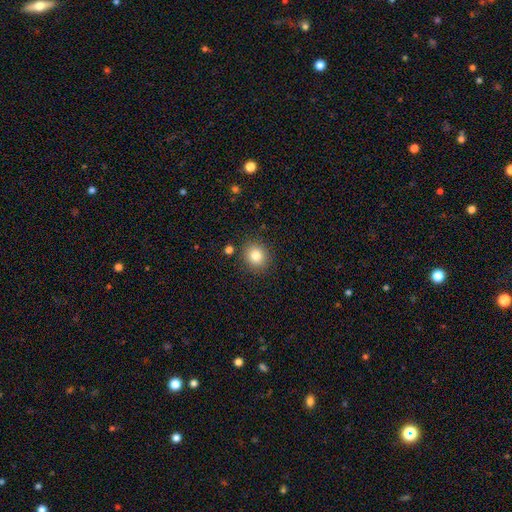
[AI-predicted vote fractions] This is clearly a smooth galaxy (82%). How rounded: likely round (78%). Merging: clearly none (87%).